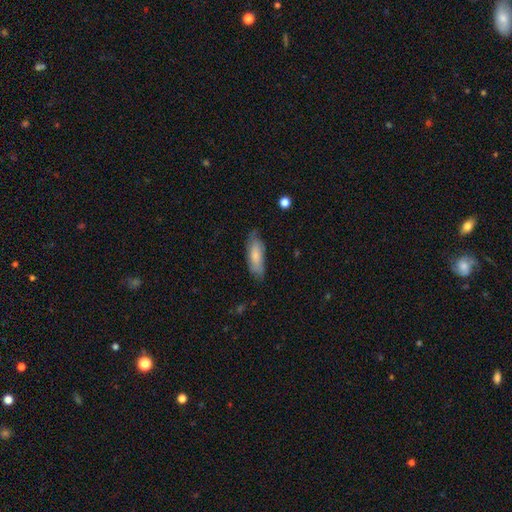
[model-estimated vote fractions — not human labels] Overall: smooth (71%). How rounded: in between (55%; cigar-shaped 43%). Merging: none (71%).